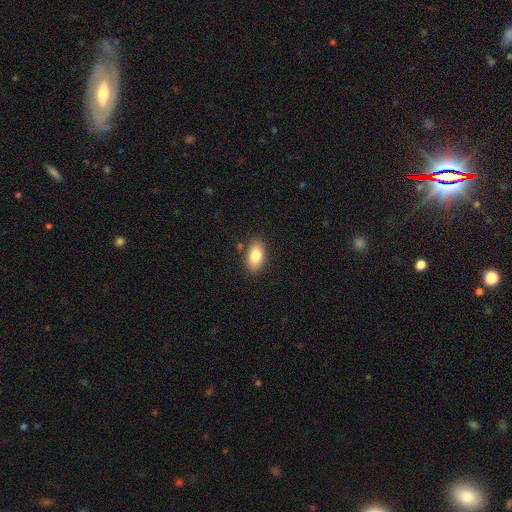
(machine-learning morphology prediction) This appears to be a smooth galaxy with no disk features (81%) that is in between round and cigar-shaped (91%). Merging: none (83%).